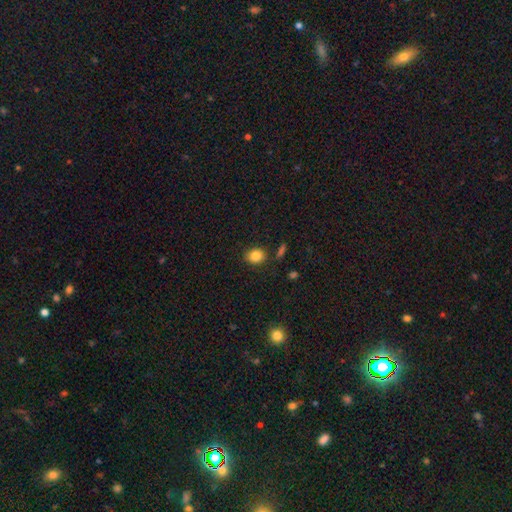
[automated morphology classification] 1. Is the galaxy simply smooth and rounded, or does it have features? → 85% smooth, 10% star or artifact, 5% featured or disk.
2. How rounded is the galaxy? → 63% round, 36% in between, 1% cigar-shaped.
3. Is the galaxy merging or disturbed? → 81% none, 11% minor disturbance, 5% merger, 3% major disturbance.